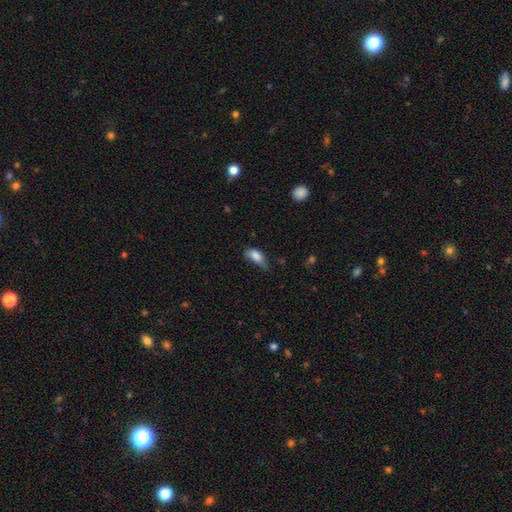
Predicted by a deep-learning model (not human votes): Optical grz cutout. It shows a smooth galaxy with no disk features (81%) that is in between round and cigar-shaped (84%). Merging: minor disturbance (44%).